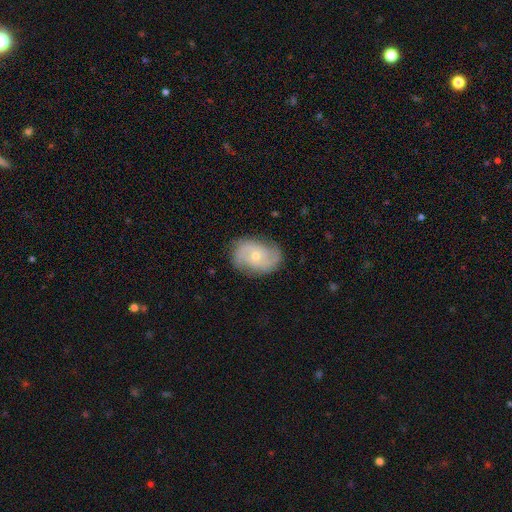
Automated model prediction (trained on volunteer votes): Smooth or featured: featured or disk — 72% (smooth — 22%)
Edge-on disk: no — 97% (yes — 3%)
Bar: no — 70% (weak — 25%)
Spiral arms: yes — 91% (no — 9%)
Spiral winding: medium — 44% (tight — 36%)
Spiral arm count: 2 — 64% (can't tell — 17%)
Bulge size: small — 59% (moderate — 37%)
Merging: none — 77% (minor disturbance — 17%)